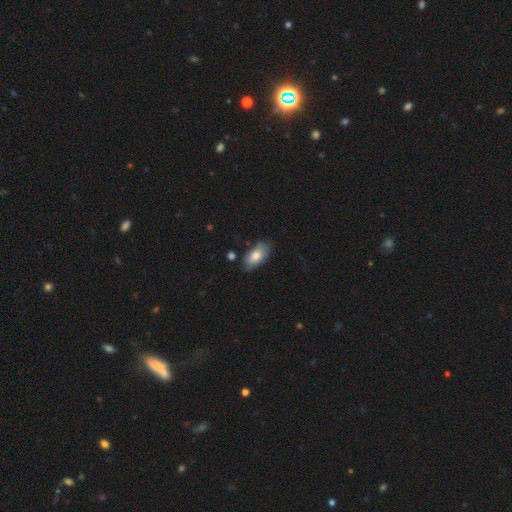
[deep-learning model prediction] smooth_or_featured: smooth (p=0.79) [alt: featured or disk p=0.14]
how_rounded: in between (p=0.92) [alt: cigar-shaped p=0.04]
merging: none (p=0.74) [alt: minor disturbance p=0.19]